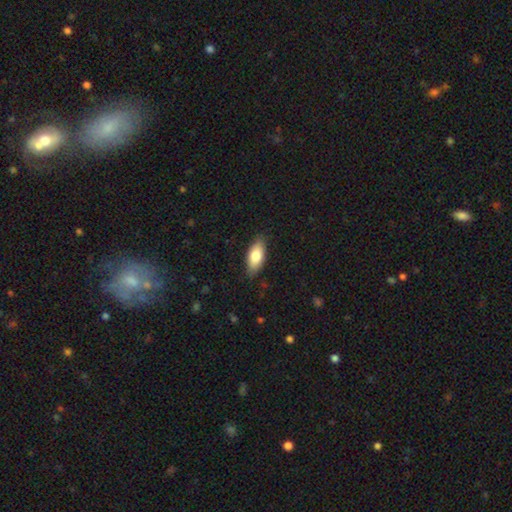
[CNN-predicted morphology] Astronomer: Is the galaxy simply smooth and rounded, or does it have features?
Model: smooth — 77%.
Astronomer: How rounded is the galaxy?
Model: in between — 86%.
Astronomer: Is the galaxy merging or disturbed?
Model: none — 85%.